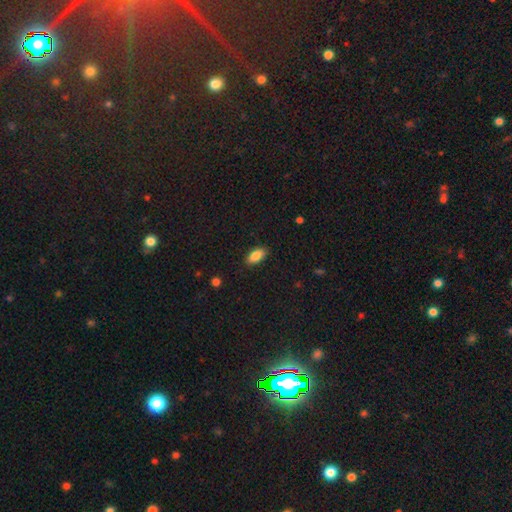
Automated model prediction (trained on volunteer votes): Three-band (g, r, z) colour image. It shows a smooth galaxy with no disk features (86%) that is in between round and cigar-shaped (89%). Merging: none (86%).